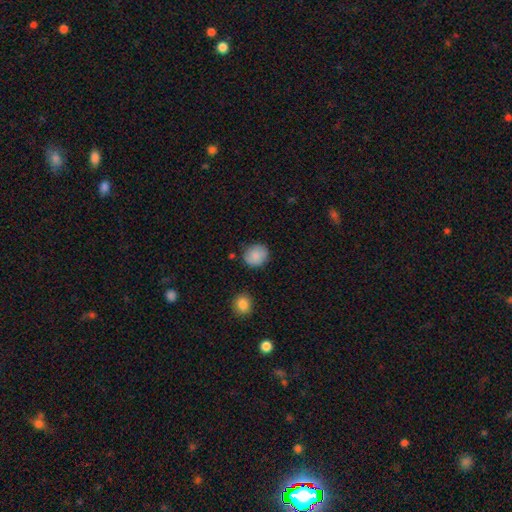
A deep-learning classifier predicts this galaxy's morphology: A smooth galaxy with no disk features (86%) that is round (73%).

Vote fractions:
- Smooth or featured? smooth: 86% / star or artifact: 7% / featured or disk: 6%
- How rounded? round: 73% / in between: 26% / cigar-shaped: 1%
- Merging? none: 80% / minor disturbance: 14% / major disturbance: 3% / merger: 2%